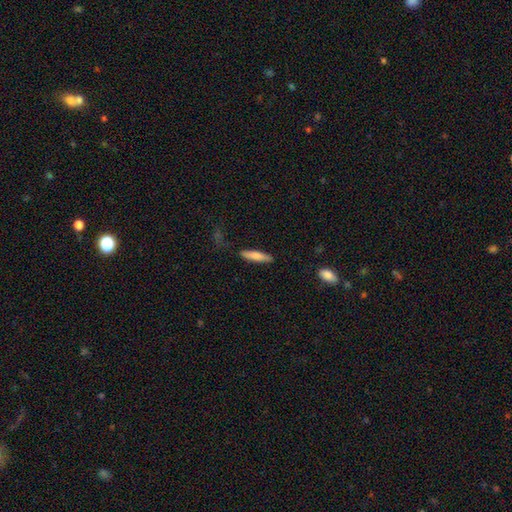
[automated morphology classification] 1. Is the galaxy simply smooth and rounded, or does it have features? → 78% smooth, 17% featured or disk, 6% star or artifact.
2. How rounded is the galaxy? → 80% cigar-shaped, 19% in between, 2% round.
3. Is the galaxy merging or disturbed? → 85% none, 11% minor disturbance, 2% major disturbance, 2% merger.